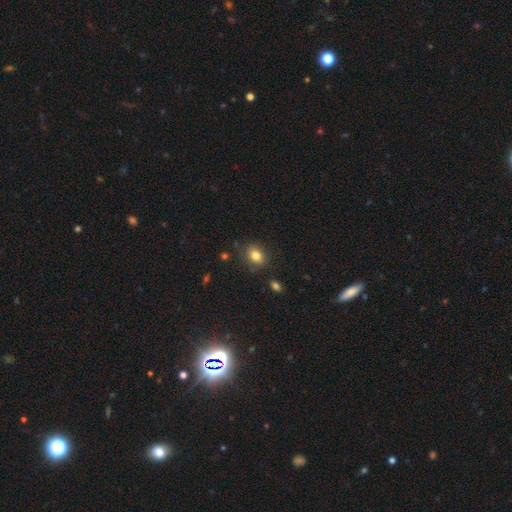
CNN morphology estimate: A smooth galaxy with no disk features (83%) that is in between round and cigar-shaped (64%).

Vote fractions:
- Smooth or featured? smooth: 83% / star or artifact: 10% / featured or disk: 7%
- How rounded? in between: 64% / round: 35% / cigar-shaped: 1%
- Merging? none: 81% / minor disturbance: 13% / major disturbance: 3% / merger: 3%